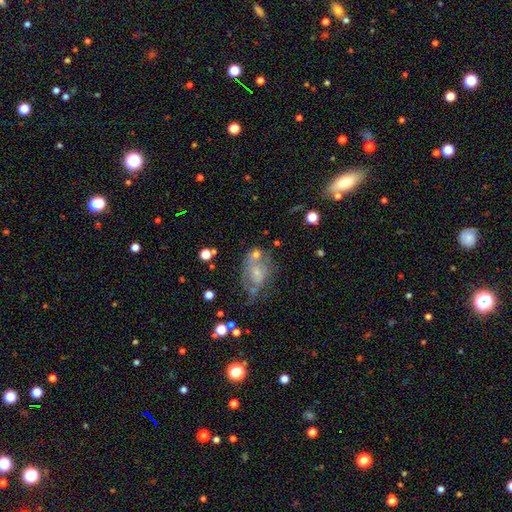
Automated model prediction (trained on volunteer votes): Overall: featured or disk (57%; smooth 30%). Edge-on disk: no (95%). Bar: no (64%; weak 30%). Spiral arms: yes (60%; no 40%). Bulge size: small (56%; moderate 31%). Merging: none (38%; minor disturbance 22%).